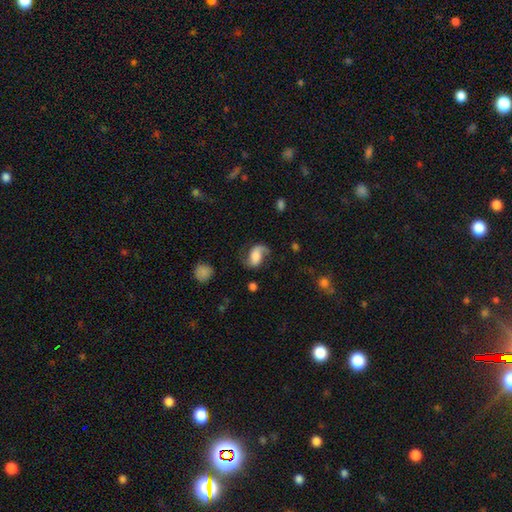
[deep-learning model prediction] smooth_or_featured: featured or disk (p=0.70) [alt: smooth p=0.22]
disk_edge_on: no (p=0.97) [alt: yes p=0.03]
bar: no (p=0.44) [alt: weak p=0.37]
has_spiral_arms: yes (p=0.94) [alt: no p=0.06]
spiral_winding: loose (p=0.57) [alt: medium p=0.34]
spiral_arm_count: 2 (p=0.84) [alt: 1 p=0.11]
bulge_size: moderate (p=0.31) [tied with: large p=0.31]
merging: none (p=0.64) [alt: minor disturbance p=0.20]